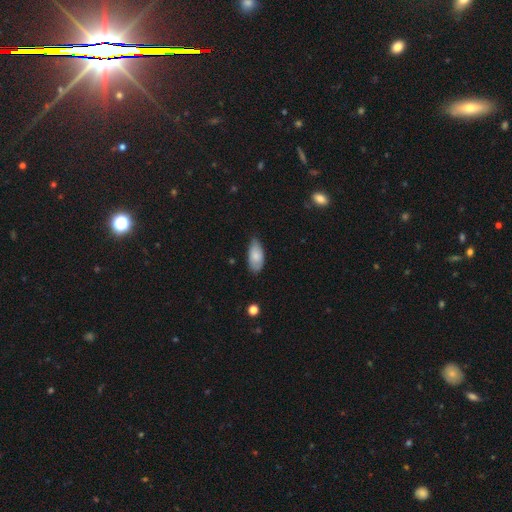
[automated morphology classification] smooth_or_featured: smooth (p=0.81) [alt: featured or disk p=0.13]
how_rounded: in between (p=0.92) [alt: cigar-shaped p=0.06]
merging: none (p=0.70) [alt: minor disturbance p=0.25]